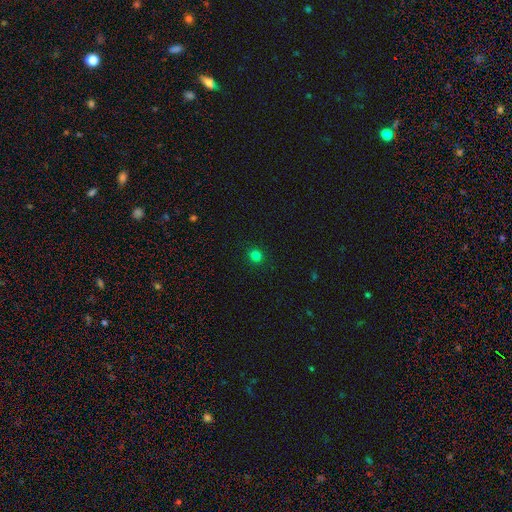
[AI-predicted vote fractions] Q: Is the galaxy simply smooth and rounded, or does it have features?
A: smooth — 81%.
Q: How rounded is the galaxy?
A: round — 87%.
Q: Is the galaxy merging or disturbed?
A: none — 92%.